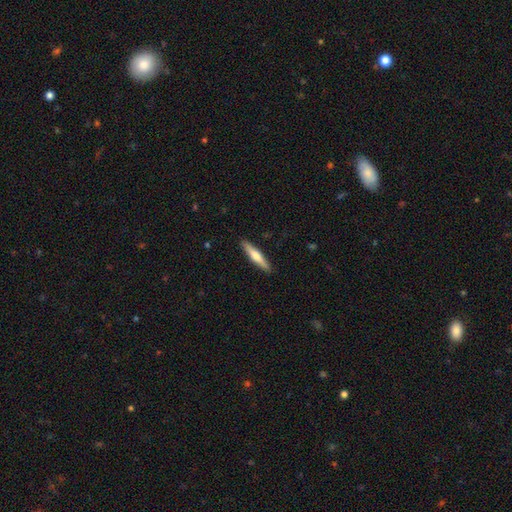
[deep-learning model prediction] Morphology: type=smooth (54%); roundness=cigar-shaped (88%); merging=none (91%).